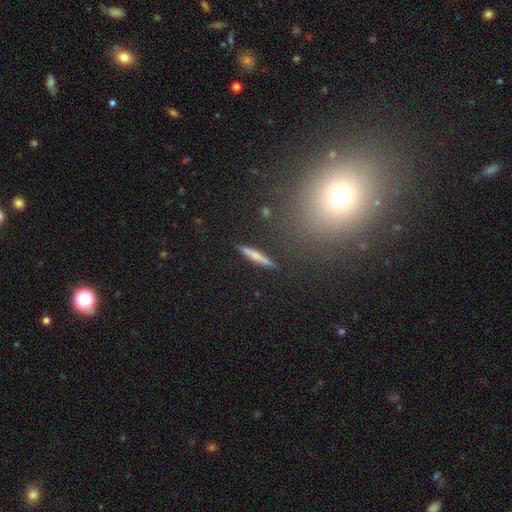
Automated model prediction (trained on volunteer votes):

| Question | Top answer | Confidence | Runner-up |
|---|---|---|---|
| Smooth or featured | smooth | 62% | featured or disk (30%) |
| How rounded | cigar-shaped | 93% | in between (5%) |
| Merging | none | 88% | minor disturbance (8%) |